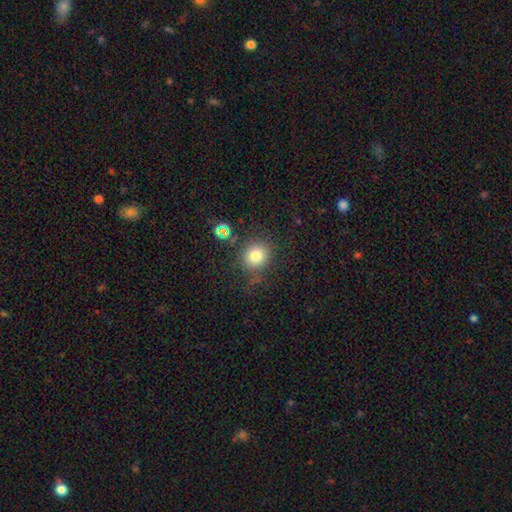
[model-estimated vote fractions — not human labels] Morphology: type=smooth (77%); roundness=round (83%); merging=none (76%).